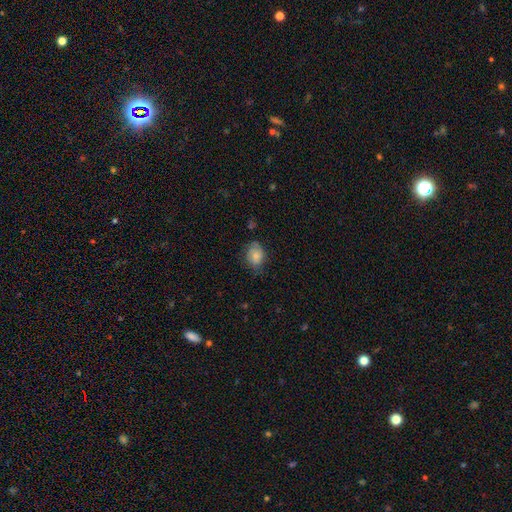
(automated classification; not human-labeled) Q: Smooth or featured?
A: smooth (79%); runner-up: featured or disk (13%)
Q: How rounded?
A: in between (67%); runner-up: round (32%)
Q: Merging?
A: none (63%); runner-up: minor disturbance (28%)